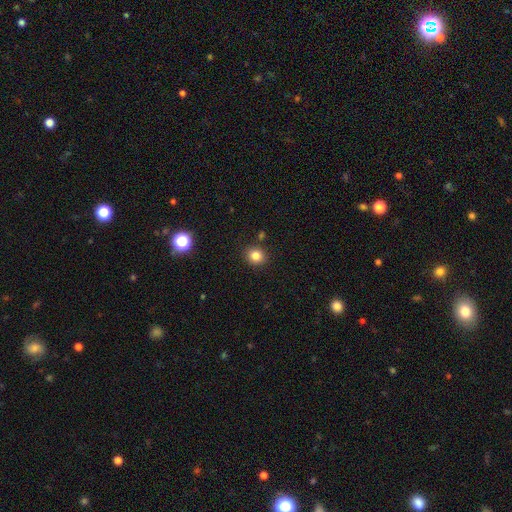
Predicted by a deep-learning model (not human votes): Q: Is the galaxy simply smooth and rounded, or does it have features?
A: smooth — 82%.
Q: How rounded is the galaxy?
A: round — 81%.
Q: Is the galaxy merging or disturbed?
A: none — 87%.